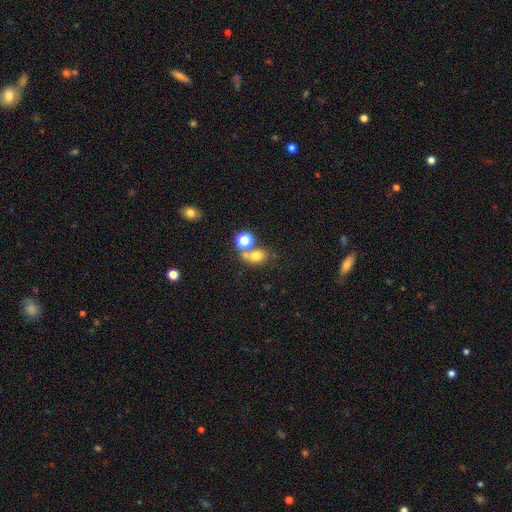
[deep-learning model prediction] Smooth or featured?
  - smooth: 70% *
  - star or artifact: 17%
  - featured or disk: 13%
How rounded?
  - round: 51% *
  - in between: 48%
  - cigar-shaped: 1%
Merging?
  - none: 46% *
  - merger: 36%
  - minor disturbance: 11%
  - major disturbance: 6%